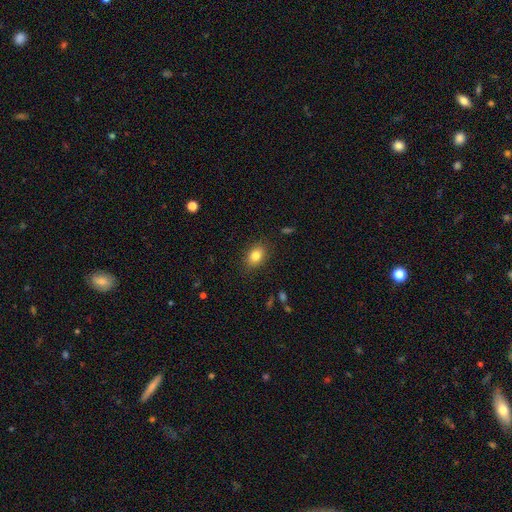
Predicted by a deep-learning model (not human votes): Morphology: type=smooth (83%); roundness=in between (75%); merging=none (86%).